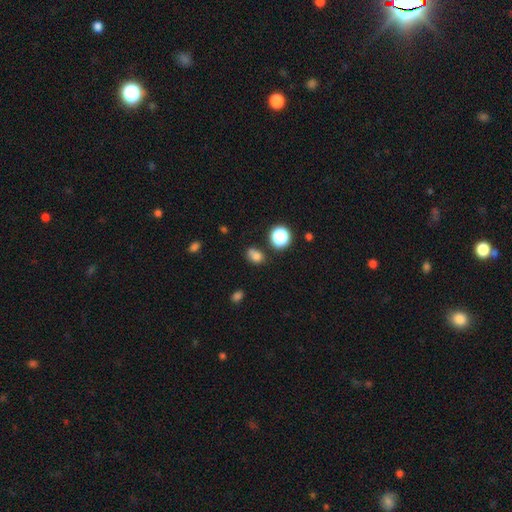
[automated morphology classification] Smooth or featured? Predicted: smooth (p=0.77). How rounded? Predicted: in between (p=0.61). Merging? Predicted: none (p=0.59).